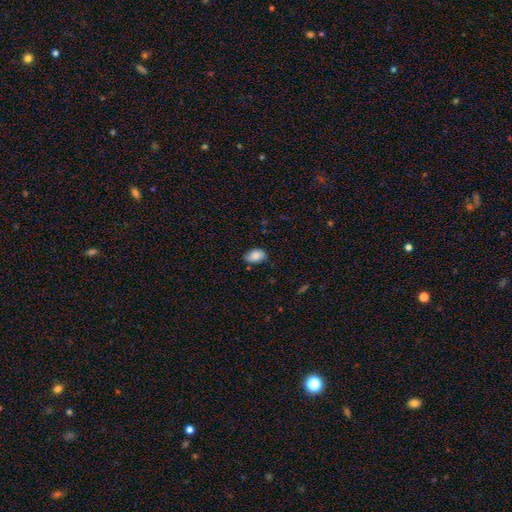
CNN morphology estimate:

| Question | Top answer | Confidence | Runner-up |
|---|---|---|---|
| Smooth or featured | smooth | 82% | featured or disk (10%) |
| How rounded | in between | 88% | round (10%) |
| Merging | none | 74% | minor disturbance (21%) |